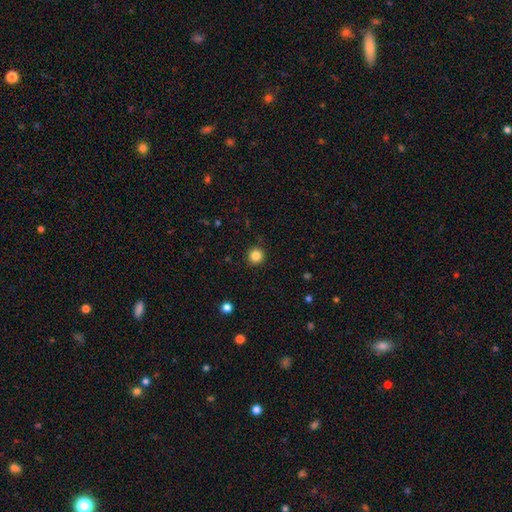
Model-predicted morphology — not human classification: Smooth or featured? smooth (84%)
How rounded? round (95%)
Merging? none (92%)